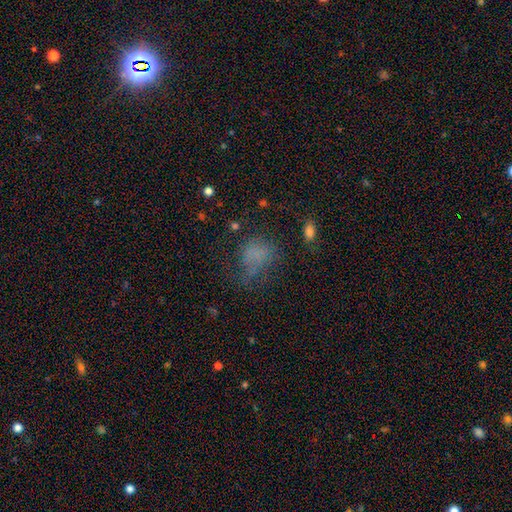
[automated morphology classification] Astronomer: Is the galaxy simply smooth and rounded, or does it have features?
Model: smooth — 61%.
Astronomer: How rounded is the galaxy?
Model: in between — 57% (runner-up: round, 41%).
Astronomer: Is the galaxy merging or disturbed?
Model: none — 38% (runner-up: major disturbance, 34%).